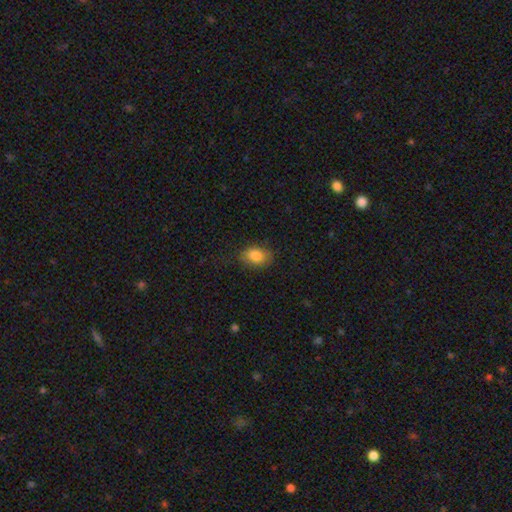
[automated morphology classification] Smooth or featured: smooth — 85% (star or artifact — 8%)
How rounded: in between — 76% (round — 23%)
Merging: none — 74% (minor disturbance — 19%)